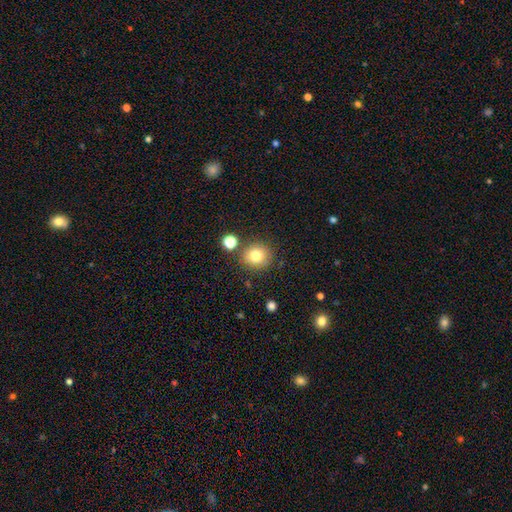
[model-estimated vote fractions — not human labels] This is likely a smooth galaxy (79%). How rounded: clearly round (87%). Merging: clearly none (81%).